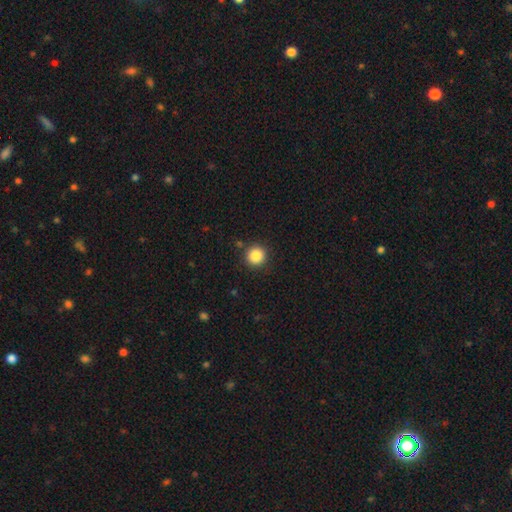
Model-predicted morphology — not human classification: Smooth or featured: smooth — 86% (star or artifact — 10%)
How rounded: round — 94% (in between — 5%)
Merging: none — 89% (minor disturbance — 7%)